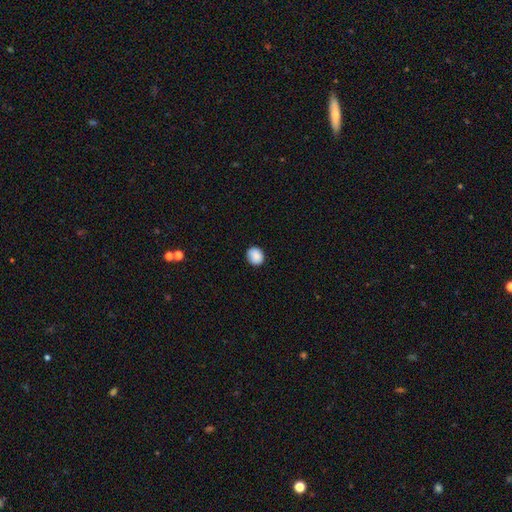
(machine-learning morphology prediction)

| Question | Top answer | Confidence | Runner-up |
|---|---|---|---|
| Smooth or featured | smooth | 89% | star or artifact (8%) |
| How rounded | round | 73% | in between (26%) |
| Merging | none | 88% | minor disturbance (9%) |